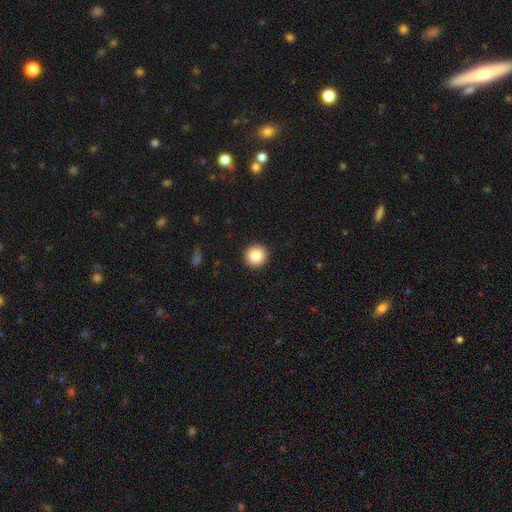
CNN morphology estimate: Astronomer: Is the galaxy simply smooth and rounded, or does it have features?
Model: smooth — 84%.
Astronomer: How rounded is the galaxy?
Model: round — 96%.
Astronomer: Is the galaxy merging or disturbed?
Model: none — 93%.